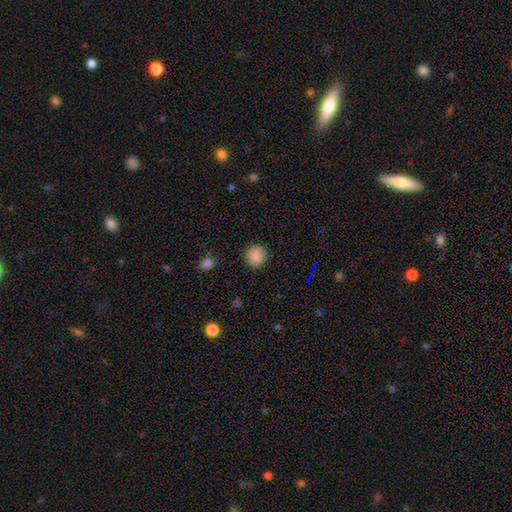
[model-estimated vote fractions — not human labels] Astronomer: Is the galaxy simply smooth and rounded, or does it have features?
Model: smooth — 87%.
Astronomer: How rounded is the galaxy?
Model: round — 89%.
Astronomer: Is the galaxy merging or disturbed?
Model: none — 89%.